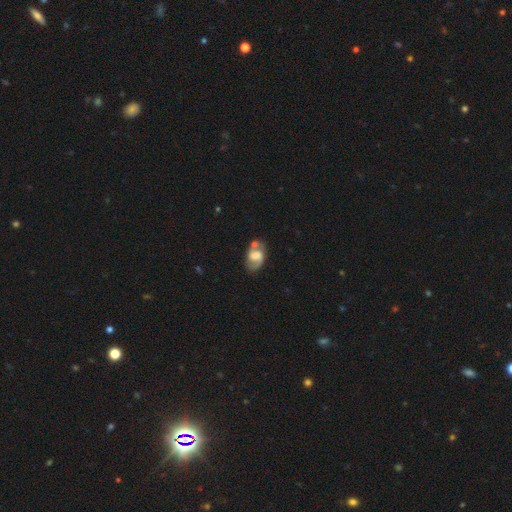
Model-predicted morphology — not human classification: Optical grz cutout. It shows a featured or disk galaxy (61%) with a weak bar (46%), spiral arms (82%) and a large central bulge (31%). Merging: none (56%).